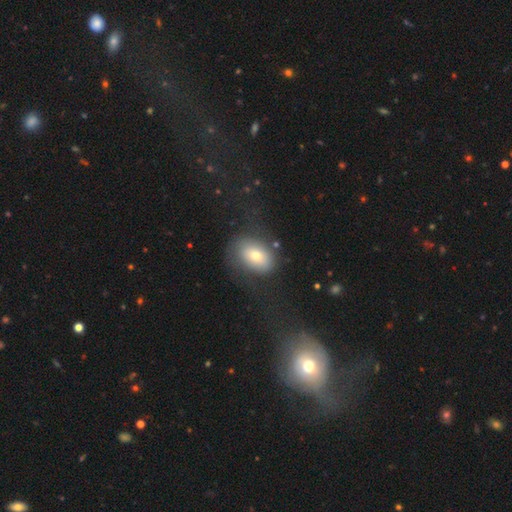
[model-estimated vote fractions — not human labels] Overall: smooth (64%; featured or disk 26%). How rounded: in between (80%). Merging: none (56%; major disturbance 22%).